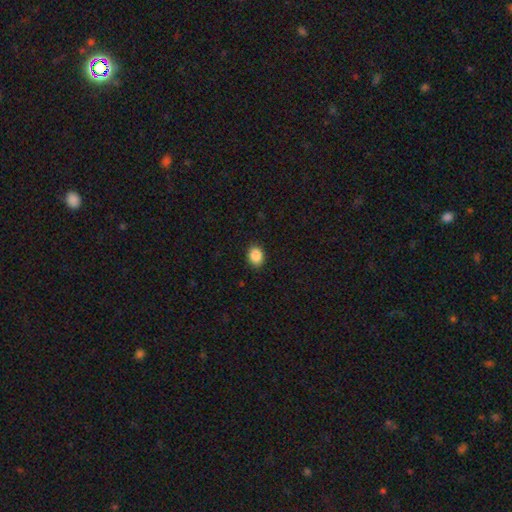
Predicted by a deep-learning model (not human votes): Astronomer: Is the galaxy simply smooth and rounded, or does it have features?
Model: smooth — 88%.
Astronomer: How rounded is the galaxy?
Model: in between — 52% (runner-up: round, 47%).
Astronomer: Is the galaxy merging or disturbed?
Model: none — 90%.